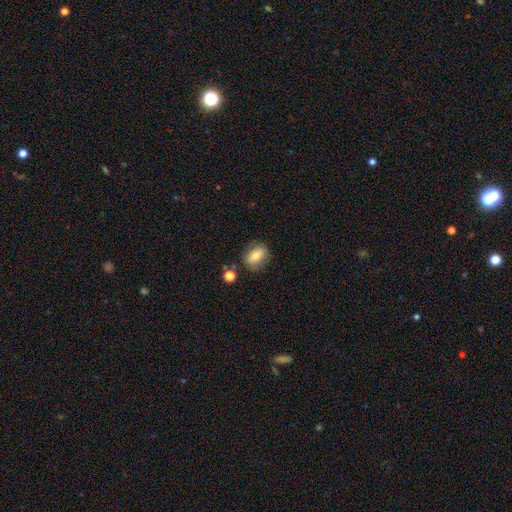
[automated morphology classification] Smooth or featured: smooth — 72% (featured or disk — 19%)
How rounded: in between — 73% (round — 24%)
Merging: none — 76% (minor disturbance — 15%)